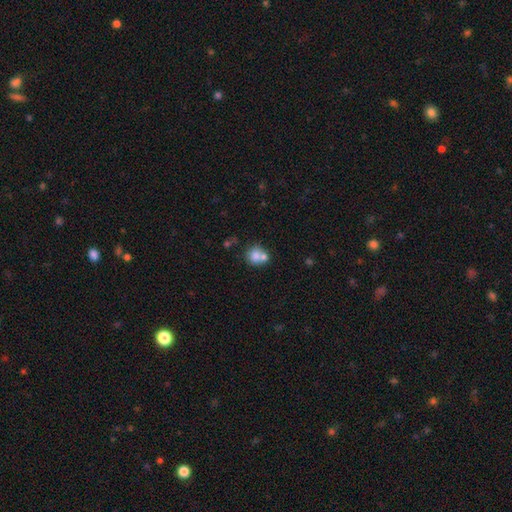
A smooth galaxy with no disk features (85%) that is round (73%). Merging: merger (54%).